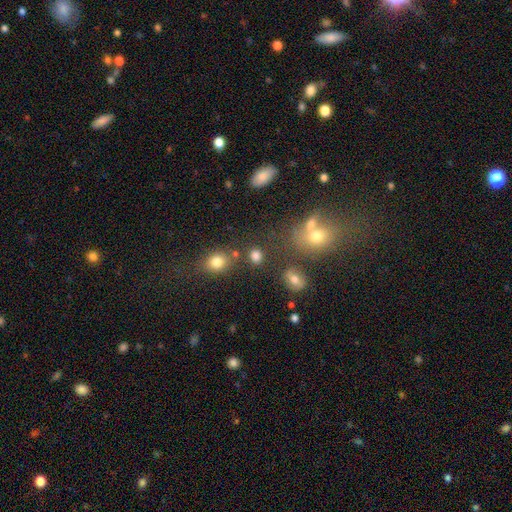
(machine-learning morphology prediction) smooth 79%, star or artifact 14%, featured or disk 7%. Down the decision tree: how rounded — round (68%); merging — none (73%).